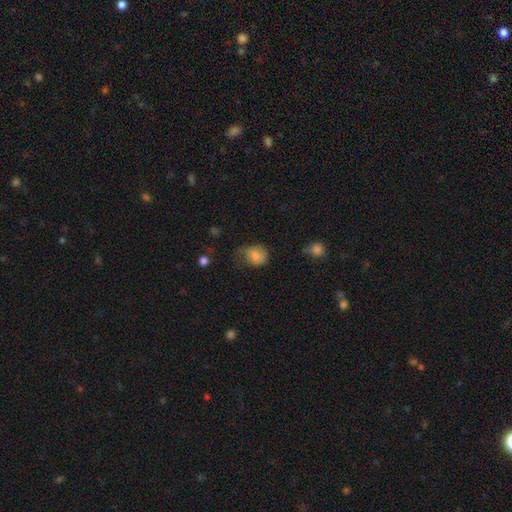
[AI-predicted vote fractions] This is likely a smooth galaxy (79%). How rounded: likely round (63%). Merging: possibly none (51%).